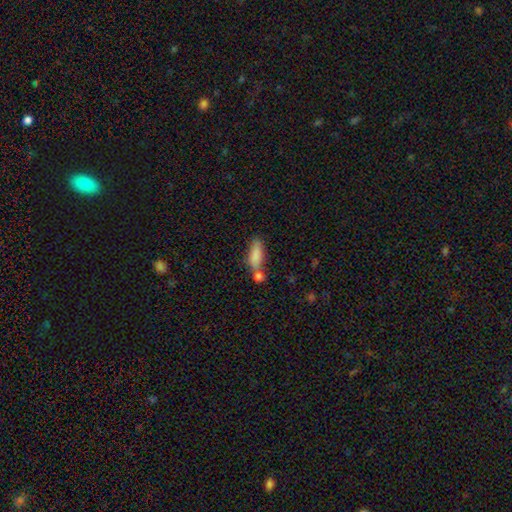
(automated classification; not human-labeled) This appears to be a smooth galaxy with no disk features (82%) that is in between round and cigar-shaped (60%). Merging: none (43%).